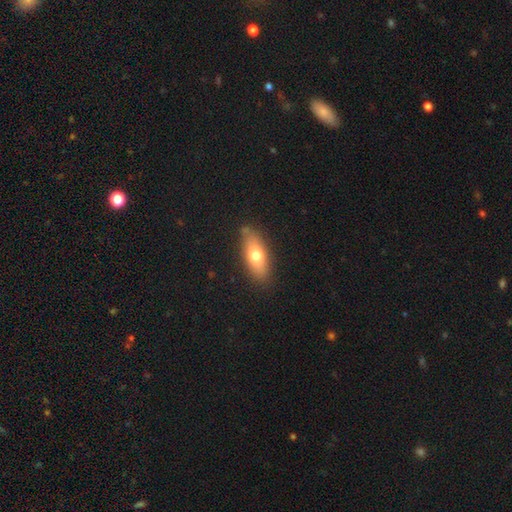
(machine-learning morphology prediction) Smooth or featured? Predicted: smooth (p=0.70). How rounded? Predicted: in between (p=0.72). Merging? Predicted: none (p=0.80).